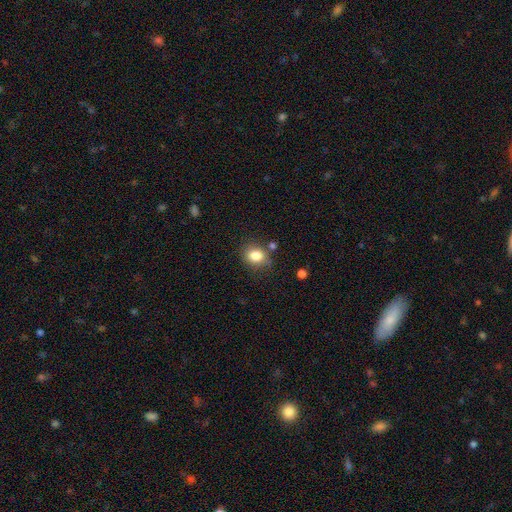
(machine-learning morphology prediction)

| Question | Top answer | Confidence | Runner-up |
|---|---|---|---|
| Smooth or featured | smooth | 82% | star or artifact (10%) |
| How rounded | round | 57% | in between (42%) |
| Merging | none | 72% | minor disturbance (16%) |